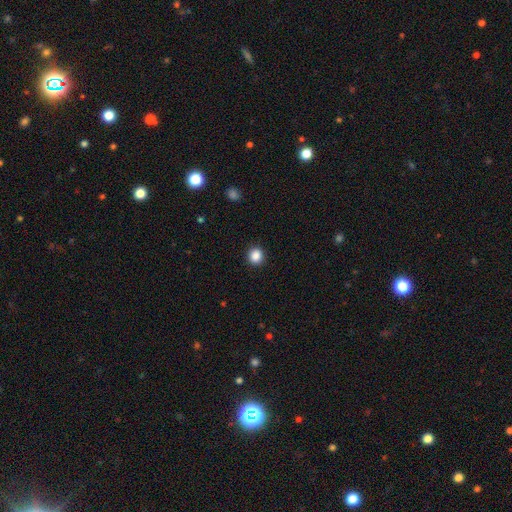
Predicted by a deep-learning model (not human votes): smooth_or_featured: smooth (p=0.87) [alt: star or artifact p=0.10]
how_rounded: round (p=0.86) [alt: in between p=0.13]
merging: none (p=0.92) [alt: minor disturbance p=0.05]